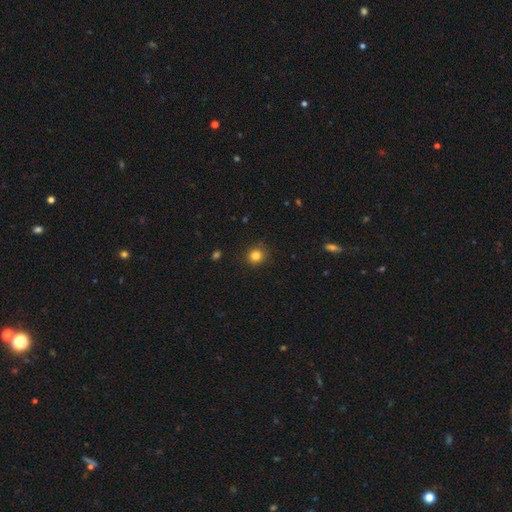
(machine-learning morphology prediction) Smooth or featured? Predicted: smooth (p=0.83). How rounded? Predicted: round (p=0.86). Merging? Predicted: none (p=0.88).